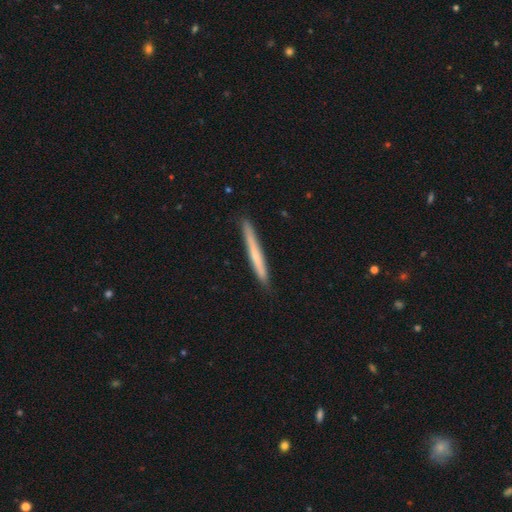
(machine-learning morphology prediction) This appears to be a smooth galaxy with no disk features (55%) that is cigar-shaped (97%). Merging: none (90%).